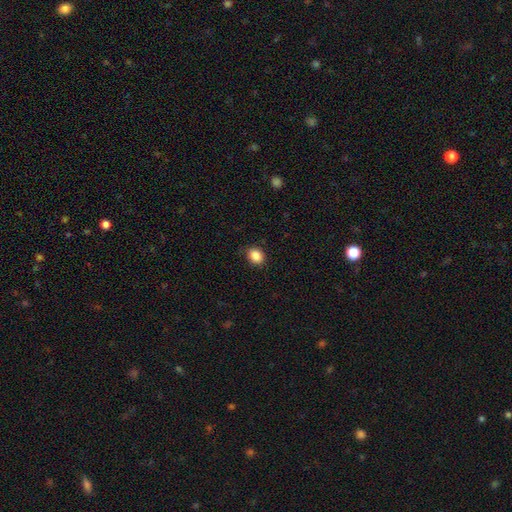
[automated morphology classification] Smooth or featured: smooth — 88% (star or artifact — 9%)
How rounded: in between — 52% (round — 47%)
Merging: none — 83% (minor disturbance — 13%)